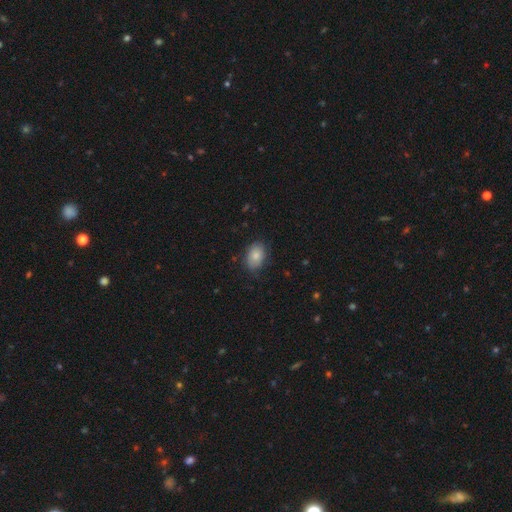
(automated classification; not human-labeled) A smooth galaxy with no disk features (82%) that is in between round and cigar-shaped (84%). Merging: none (77%).